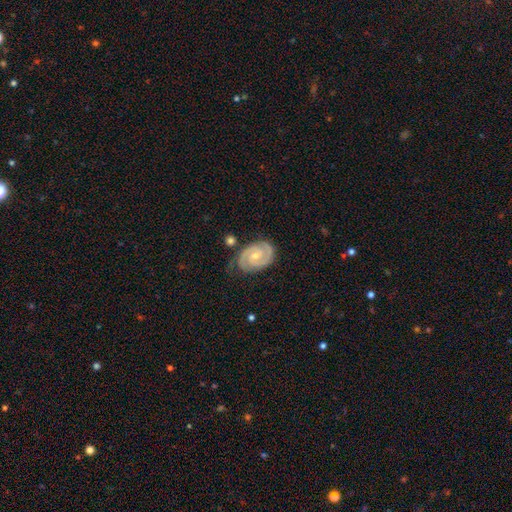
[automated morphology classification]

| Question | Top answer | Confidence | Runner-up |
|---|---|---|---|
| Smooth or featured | featured or disk | 88% | smooth (7%) |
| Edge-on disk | no | 98% | yes (2%) |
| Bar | no | 52% | weak (39%) |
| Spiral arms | yes | 98% | no (2%) |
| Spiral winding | tight | 62% | medium (33%) |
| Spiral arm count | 2 | 89% | 3 (4%) |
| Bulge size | small | 55% | moderate (41%) |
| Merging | none | 75% | minor disturbance (18%) |